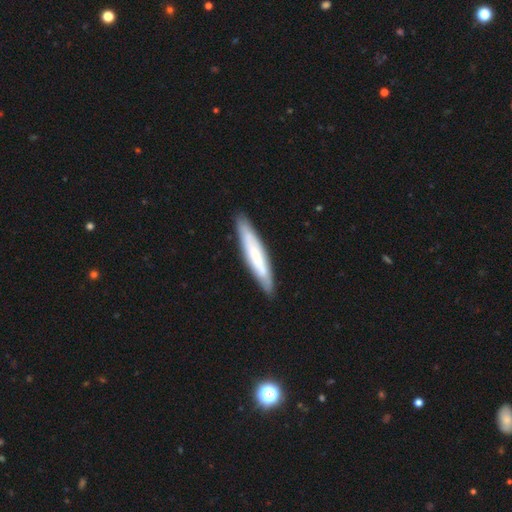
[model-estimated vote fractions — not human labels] Q: Smooth or featured?
A: smooth (59%); runner-up: featured or disk (35%)
Q: How rounded?
A: cigar-shaped (90%); runner-up: in between (8%)
Q: Merging?
A: none (86%); runner-up: minor disturbance (10%)